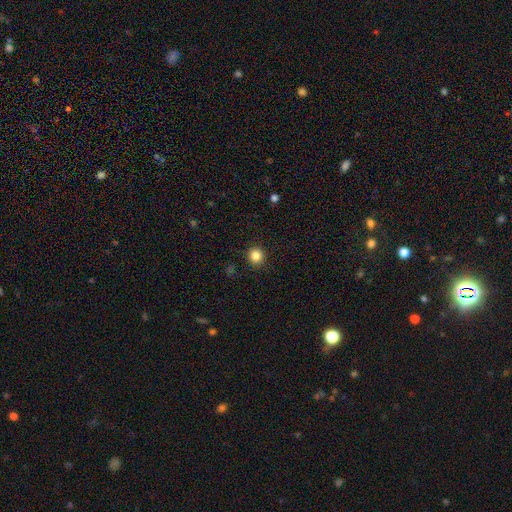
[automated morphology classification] Smooth or featured?
  - smooth: 84% *
  - star or artifact: 11%
  - featured or disk: 4%
How rounded?
  - round: 93% *
  - in between: 7%
  - cigar-shaped: 1%
Merging?
  - none: 92% *
  - minor disturbance: 5%
  - major disturbance: 2%
  - merger: 1%